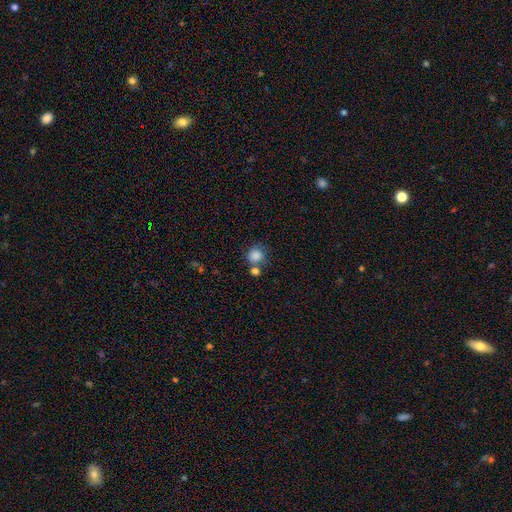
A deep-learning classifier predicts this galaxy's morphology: Smooth or featured? smooth (84%)
How rounded? round (83%)
Merging? none (51%)